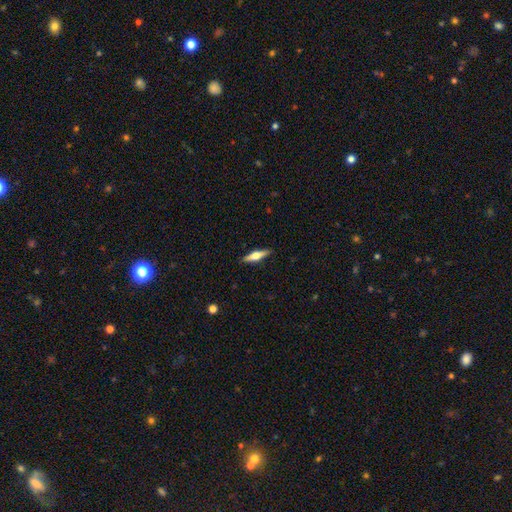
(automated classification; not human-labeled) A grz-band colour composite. It shows a featured or disk galaxy (52%) viewed edge-on (95%). Merging: none (90%).